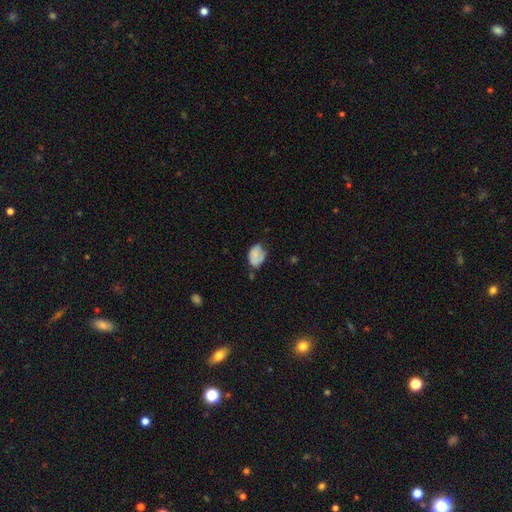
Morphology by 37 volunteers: smooth_or_featured: smooth (p=0.68) [alt: featured or disk p=0.27]
how_rounded: in between (p=0.88) [alt: round p=0.12]
merging: minor disturbance (p=0.51) [alt: none p=0.37]